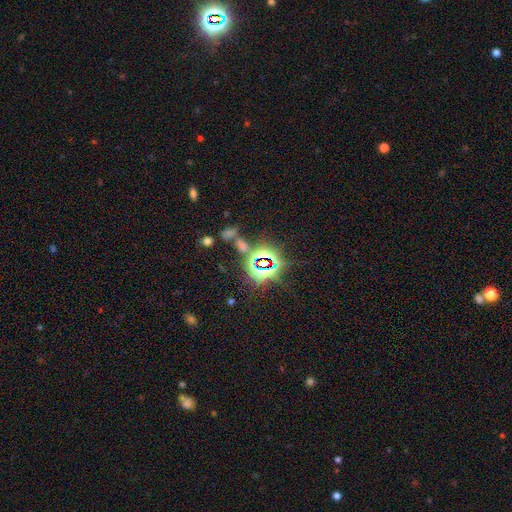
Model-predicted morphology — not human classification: Overall: star or artifact (80%).